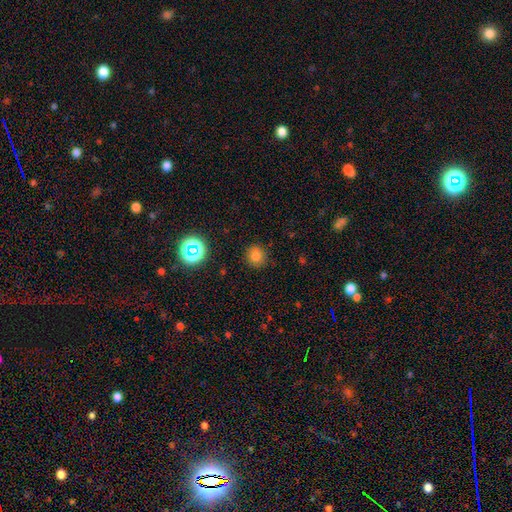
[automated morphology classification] Smooth or featured?
  - smooth: 78% *
  - star or artifact: 16%
  - featured or disk: 6%
How rounded?
  - round: 87% *
  - in between: 12%
  - cigar-shaped: 1%
Merging?
  - none: 88% *
  - minor disturbance: 8%
  - major disturbance: 3%
  - merger: 1%